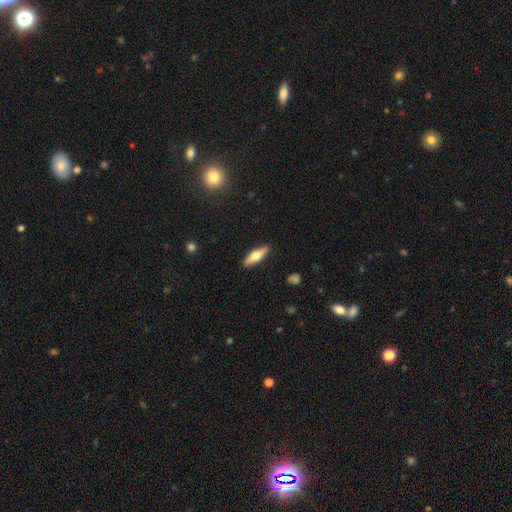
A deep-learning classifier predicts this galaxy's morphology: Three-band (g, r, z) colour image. It shows a smooth galaxy with no disk features (55%) that is cigar-shaped (51%). Merging: none (89%).